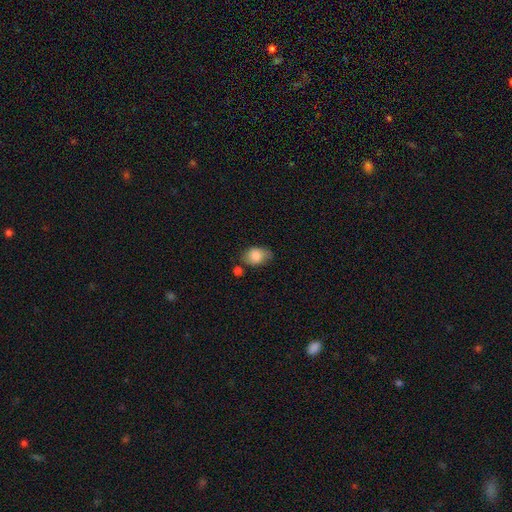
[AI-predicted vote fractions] smooth-or-featured: smooth: 83% | featured or disk: 9% | star or artifact: 7%
  how-rounded: in between: 79% | round: 20% | cigar-shaped: 1%
  merging: none: 60% | minor disturbance: 26% | merger: 8% | major disturbance: 6%